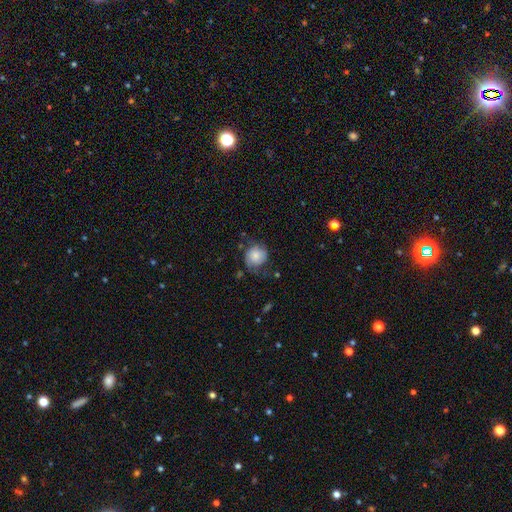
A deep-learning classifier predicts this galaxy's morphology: Smooth or featured? Predicted: smooth (p=0.51). How rounded? Predicted: round (p=0.81). Merging? Predicted: none (p=0.55).